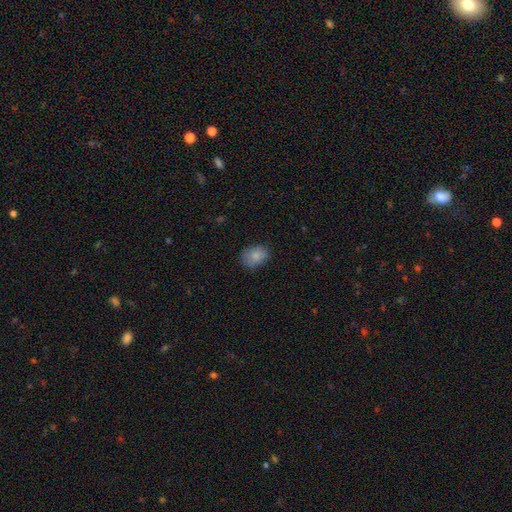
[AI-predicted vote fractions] smooth 83%, featured or disk 9%, star or artifact 8%. Down the decision tree: how rounded — in between (65%); merging — none (78%).